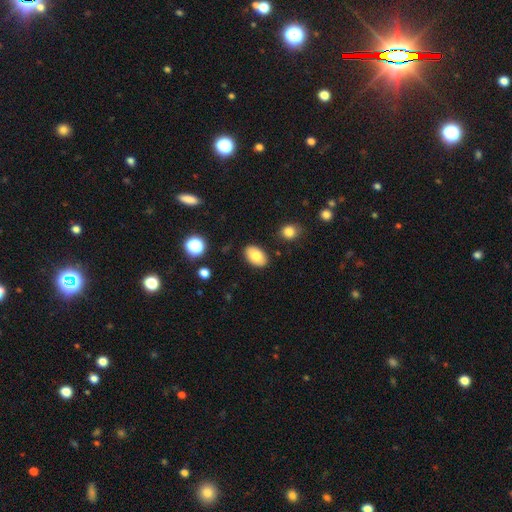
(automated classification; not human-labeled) Q: Smooth or featured?
A: smooth (79%); runner-up: featured or disk (12%)
Q: How rounded?
A: in between (90%); runner-up: round (9%)
Q: Merging?
A: none (86%); runner-up: minor disturbance (9%)